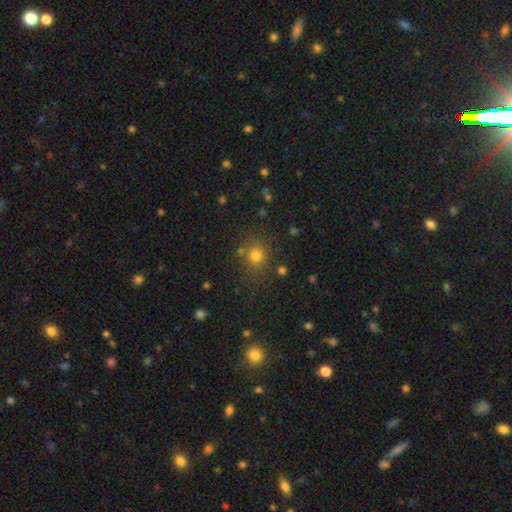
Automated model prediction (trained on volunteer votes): A smooth galaxy with no disk features (75%) that is round (80%).

Vote fractions:
- Smooth or featured? smooth: 75% / star or artifact: 18% / featured or disk: 7%
- How rounded? round: 80% / in between: 19% / cigar-shaped: 1%
- Merging? none: 76% / minor disturbance: 12% / merger: 7% / major disturbance: 5%